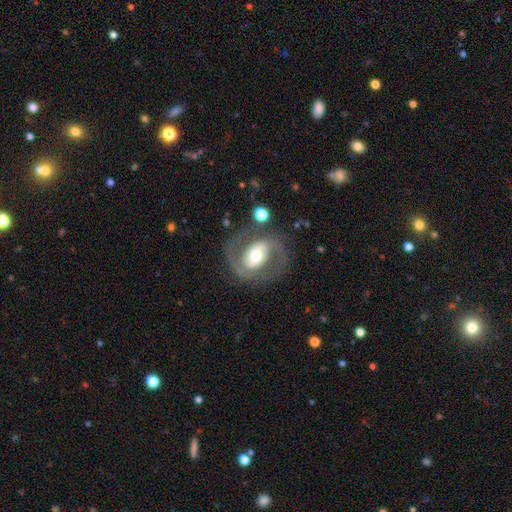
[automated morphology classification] Q: Smooth or featured?
A: featured or disk (78%); runner-up: smooth (17%)
Q: Edge-on disk?
A: no (96%); runner-up: yes (4%)
Q: Bar?
A: weak (34%); runner-up: strong (33%)
Q: Spiral arms?
A: yes (74%); runner-up: no (26%)
Q: Spiral winding?
A: medium (51%); runner-up: tight (30%)
Q: Spiral arm count?
A: 2 (86%); runner-up: can't tell (7%)
Q: Bulge size?
A: moderate (62%); runner-up: small (20%)
Q: Merging?
A: none (74%); runner-up: minor disturbance (13%)